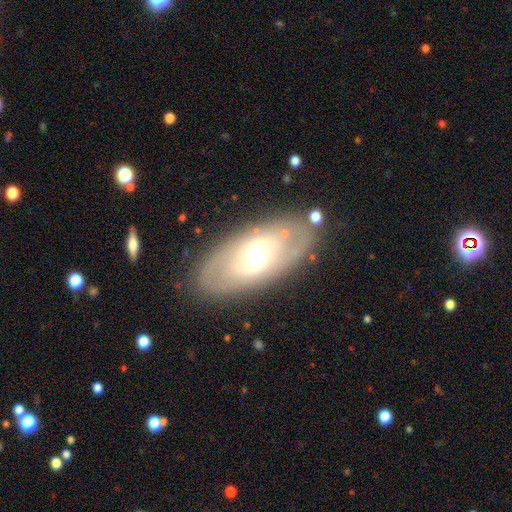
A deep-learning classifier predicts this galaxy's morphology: Smooth or featured?
  - featured or disk: 62% *
  - smooth: 31%
  - star or artifact: 7%
Edge-on disk?
  - no: 88% *
  - yes: 12%
Bar?
  - weak: 45% *
  - no: 37%
  - strong: 18%
Spiral arms?
  - yes: 52% *
  - no: 48%
Bulge size?
  - moderate: 65% *
  - small: 18%
  - large: 14%
  - dominant: 2%
  - none: 1%
Merging?
  - none: 81% *
  - minor disturbance: 12%
  - major disturbance: 5%
  - merger: 3%